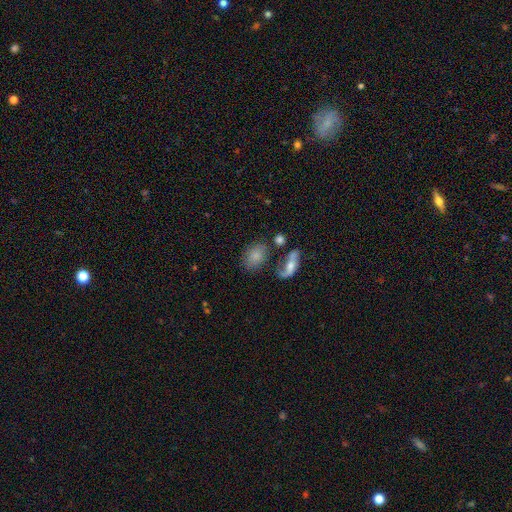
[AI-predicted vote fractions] A smooth galaxy with no disk features (75%) that is in between round and cigar-shaped (79%). Merging: none (59%).